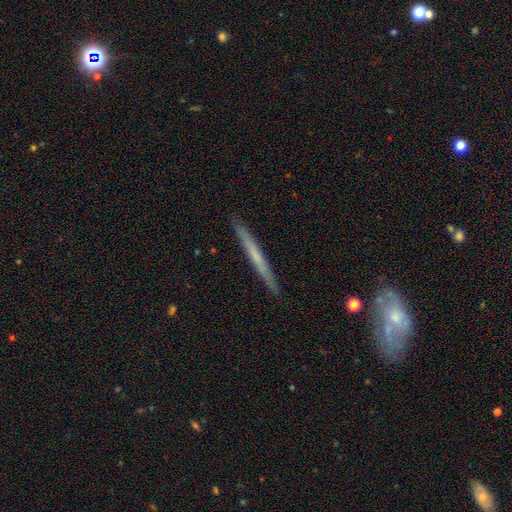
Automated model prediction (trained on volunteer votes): Smooth or featured? Predicted: featured or disk (p=0.49). Merging? Predicted: none (p=0.91).